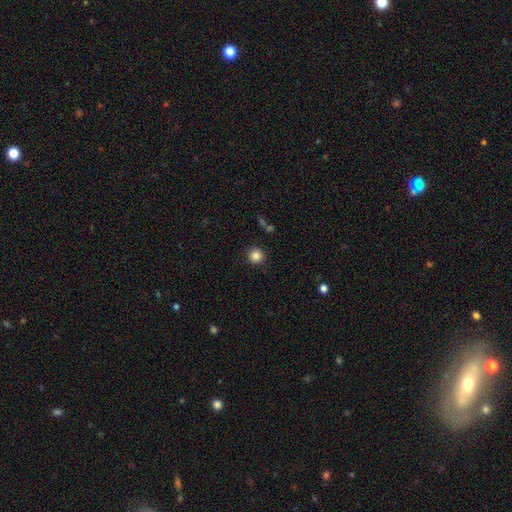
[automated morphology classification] smooth-or-featured: smooth: 85% | star or artifact: 11% | featured or disk: 4%
  how-rounded: round: 94% | in between: 5% | cigar-shaped: 1%
  merging: none: 90% | minor disturbance: 6% | major disturbance: 2% | merger: 2%